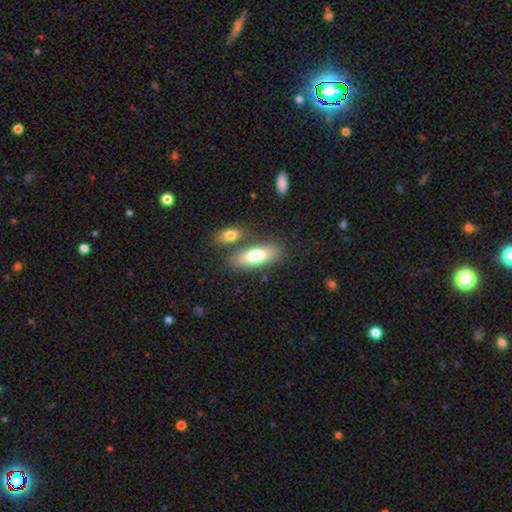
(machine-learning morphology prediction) Smooth or featured? smooth (70%)
How rounded? in between (67%)
Merging? none (70%)